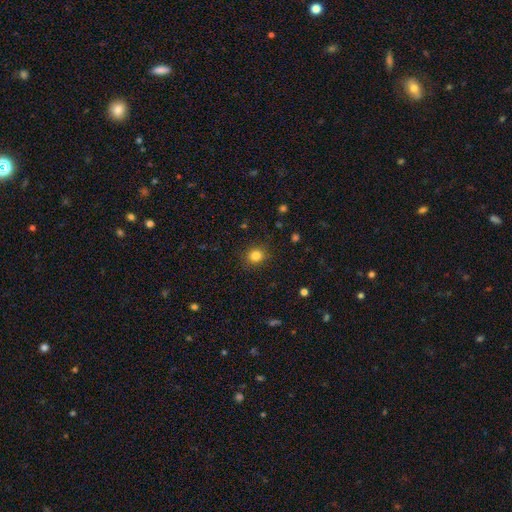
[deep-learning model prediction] Smooth or featured? smooth (83%)
How rounded? round (82%)
Merging? none (88%)